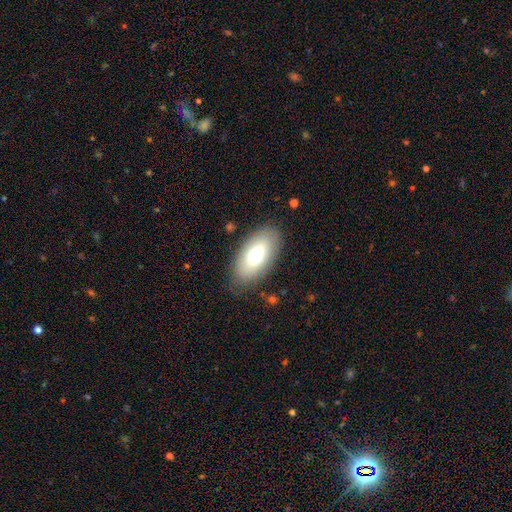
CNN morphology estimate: This appears to be a smooth galaxy with no disk features (69%) that is in between round and cigar-shaped (92%). Merging: none (82%).